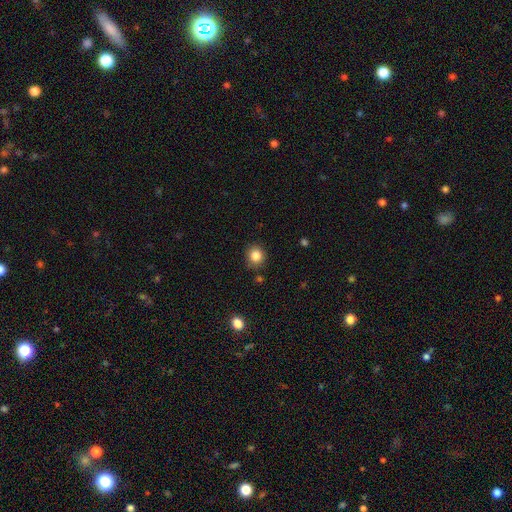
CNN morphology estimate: smooth_or_featured: smooth (p=0.85) [alt: star or artifact p=0.11]
how_rounded: round (p=0.86) [alt: in between p=0.13]
merging: none (p=0.86) [alt: minor disturbance p=0.10]